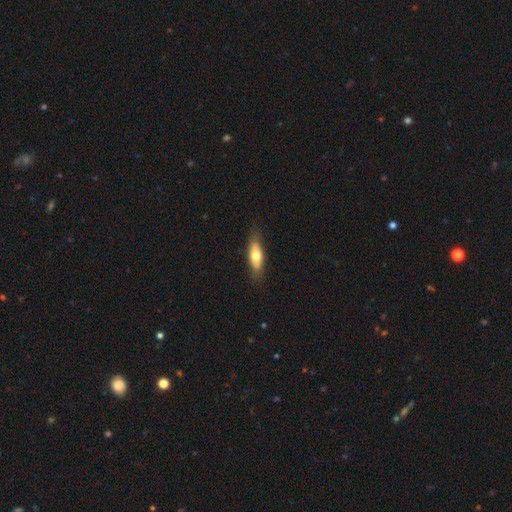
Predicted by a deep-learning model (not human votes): A smooth galaxy with no disk features (64%) that is in between round and cigar-shaped (61%). Merging: none (81%).